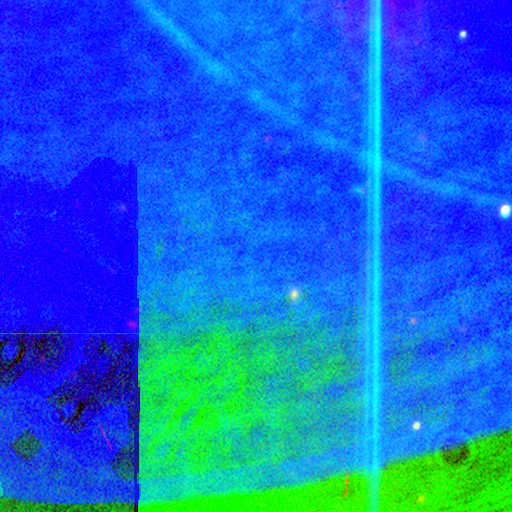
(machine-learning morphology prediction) Q: Smooth or featured?
A: star or artifact (89%); runner-up: featured or disk (6%)